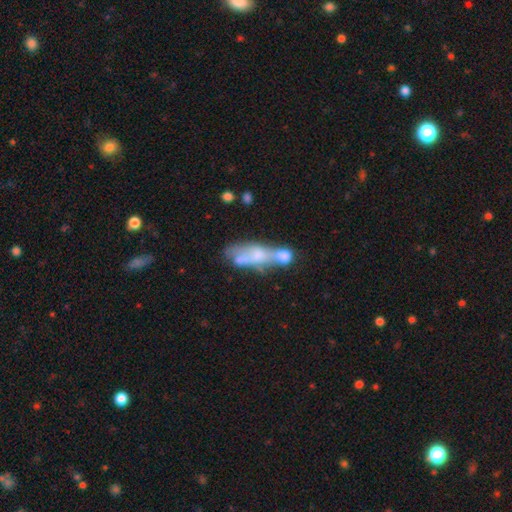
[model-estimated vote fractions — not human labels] smooth-or-featured: featured or disk: 47% | smooth: 42% | star or artifact: 11%
  merging: merger: 50% | none: 21% | major disturbance: 16% | minor disturbance: 13%